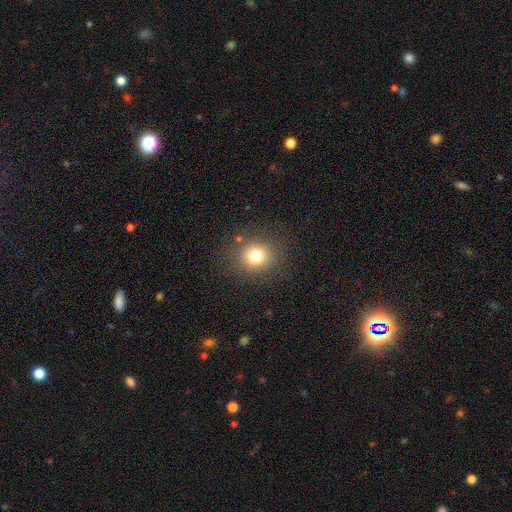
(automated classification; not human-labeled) smooth 76%, star or artifact 15%, featured or disk 9%. Down the decision tree: how rounded — round (86%); merging — none (86%).